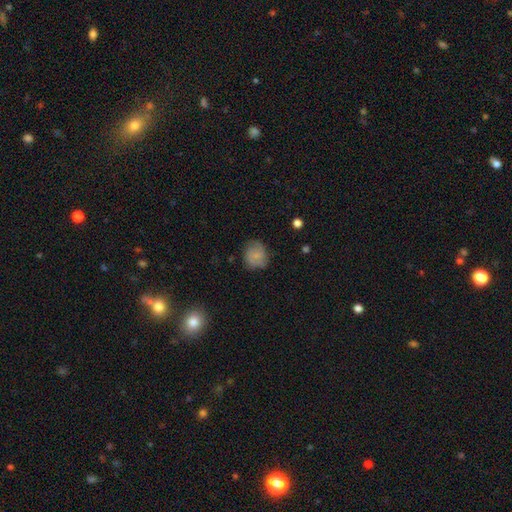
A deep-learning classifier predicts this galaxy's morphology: type=smooth (68%); roundness=round (73%); merging=none (68%).